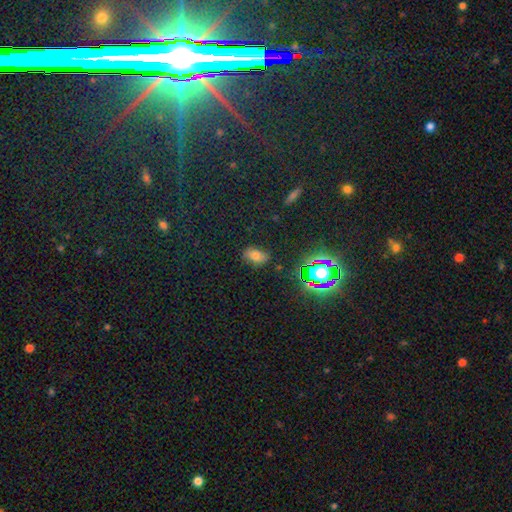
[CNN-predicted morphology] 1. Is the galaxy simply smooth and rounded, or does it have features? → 63% smooth, 24% star or artifact, 13% featured or disk.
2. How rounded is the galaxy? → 86% in between, 11% round, 2% cigar-shaped.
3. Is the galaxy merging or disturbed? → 77% none, 17% minor disturbance, 4% major disturbance, 2% merger.